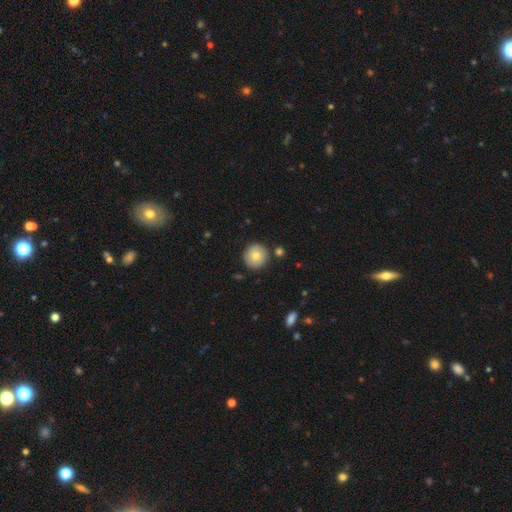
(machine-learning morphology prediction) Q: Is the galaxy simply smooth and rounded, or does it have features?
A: smooth — 76%.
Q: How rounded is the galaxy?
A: round — 94%.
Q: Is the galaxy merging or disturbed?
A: none — 87%.